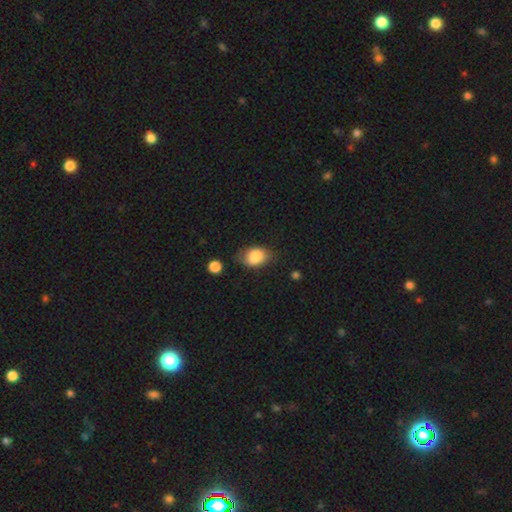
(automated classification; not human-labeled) Smooth or featured?
  - smooth: 83% *
  - featured or disk: 9%
  - star or artifact: 8%
How rounded?
  - in between: 77% *
  - round: 22%
  - cigar-shaped: 1%
Merging?
  - none: 63% *
  - minor disturbance: 27%
  - major disturbance: 7%
  - merger: 3%